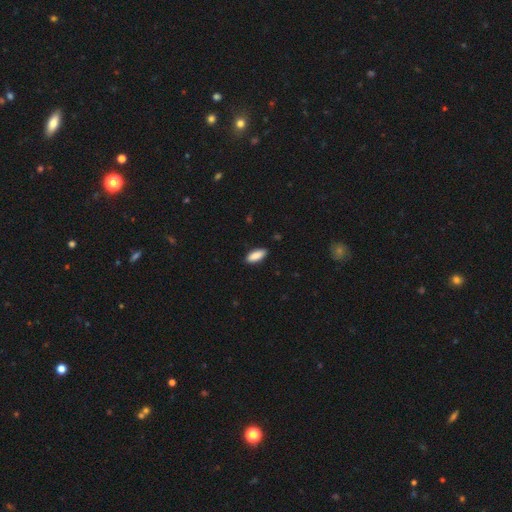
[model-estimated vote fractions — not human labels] Smooth or featured?
  - smooth: 89% *
  - star or artifact: 6%
  - featured or disk: 5%
How rounded?
  - in between: 80% *
  - cigar-shaped: 19%
  - round: 2%
Merging?
  - none: 88% *
  - minor disturbance: 10%
  - major disturbance: 2%
  - merger: 1%